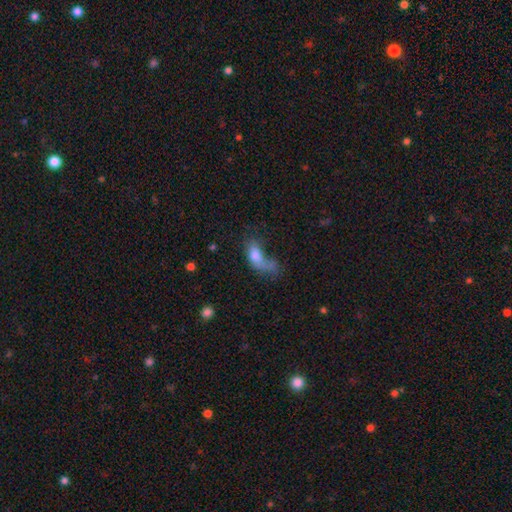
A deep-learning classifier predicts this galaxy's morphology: A smooth galaxy with no disk features (65%) that is in between round and cigar-shaped (79%).

Vote fractions:
- Smooth or featured? smooth: 65% / featured or disk: 25% / star or artifact: 10%
- How rounded? in between: 79% / cigar-shaped: 13% / round: 9%
- Merging? major disturbance: 49% / none: 19% / merger: 16% / minor disturbance: 15%